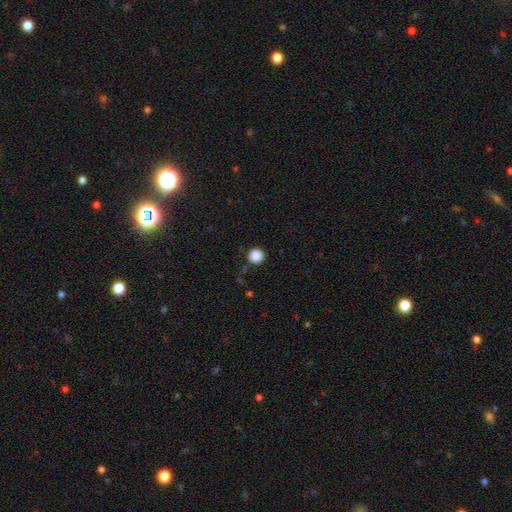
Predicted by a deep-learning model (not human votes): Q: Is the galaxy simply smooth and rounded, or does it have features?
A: smooth — 88%.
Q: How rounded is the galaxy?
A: round — 95%.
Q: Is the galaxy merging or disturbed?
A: none — 88%.